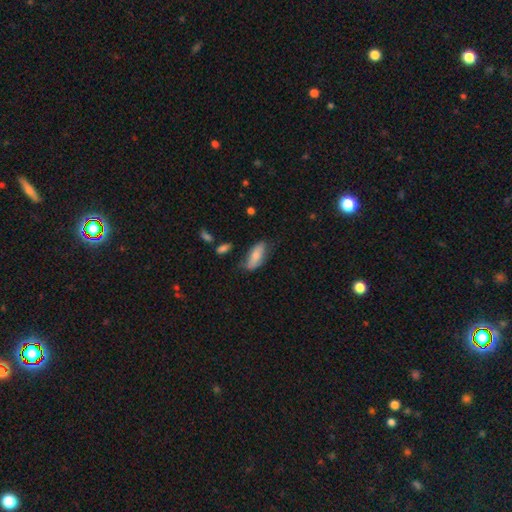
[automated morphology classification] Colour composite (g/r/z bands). It shows a smooth galaxy with no disk features (76%) that is in between round and cigar-shaped (80%). Merging: none (61%).